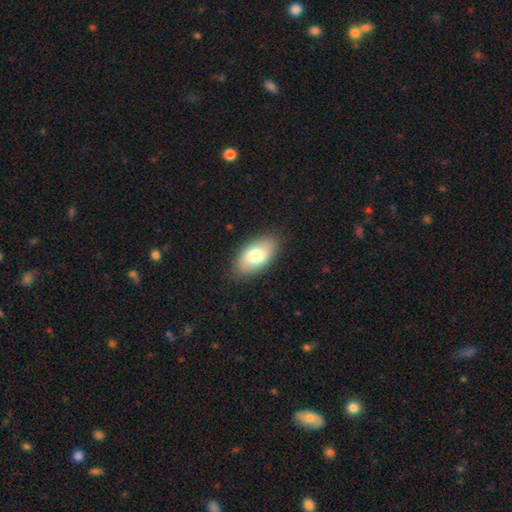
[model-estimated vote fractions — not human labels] Smooth or featured? Predicted: smooth (p=0.73). How rounded? Predicted: in between (p=0.93). Merging? Predicted: none (p=0.84).